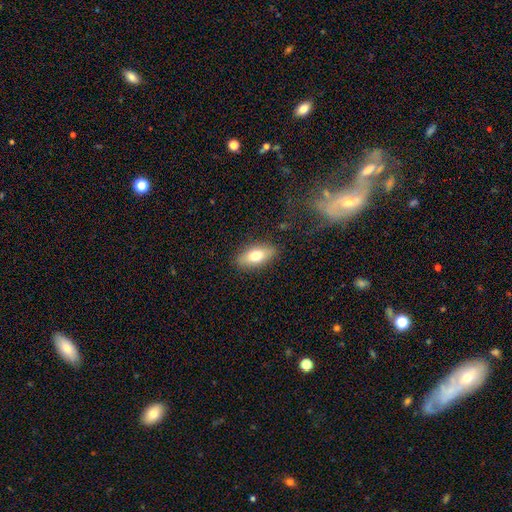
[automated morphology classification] smooth_or_featured: smooth (p=0.71) [alt: featured or disk p=0.22]
how_rounded: in between (p=0.81) [alt: cigar-shaped p=0.15]
merging: none (p=0.86) [alt: minor disturbance p=0.10]